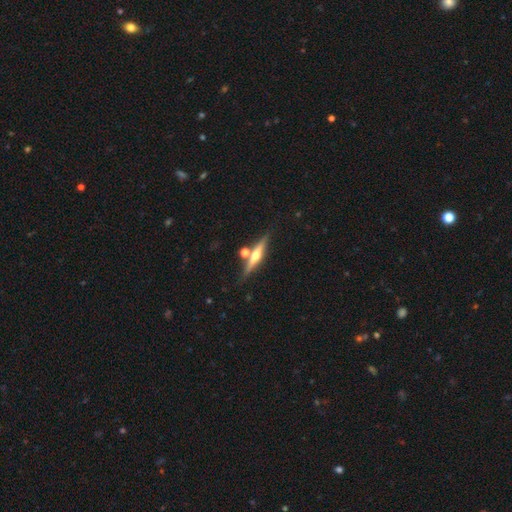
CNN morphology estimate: smooth_or_featured: featured or disk (p=0.70) [alt: smooth p=0.24]
disk_edge_on: yes (p=0.96) [alt: no p=0.04]
edge_on_bulge: rounded (p=0.92) [alt: none p=0.04]
merging: none (p=0.73) [alt: merger p=0.14]